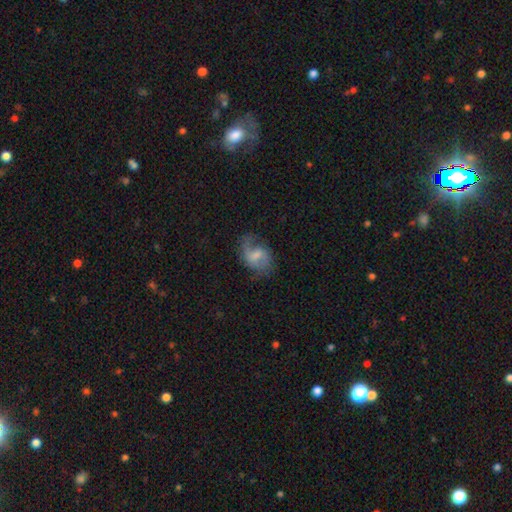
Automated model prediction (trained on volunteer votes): Smooth or featured: featured or disk — 62% (smooth — 31%)
Edge-on disk: no — 97% (yes — 3%)
Bar: weak — 57% (no — 26%)
Spiral arms: yes — 87% (no — 13%)
Spiral winding: loose — 44% (medium — 43%)
Spiral arm count: 2 — 74% (1 — 15%)
Bulge size: moderate — 36% (small — 31%)
Merging: none — 57% (minor disturbance — 25%)